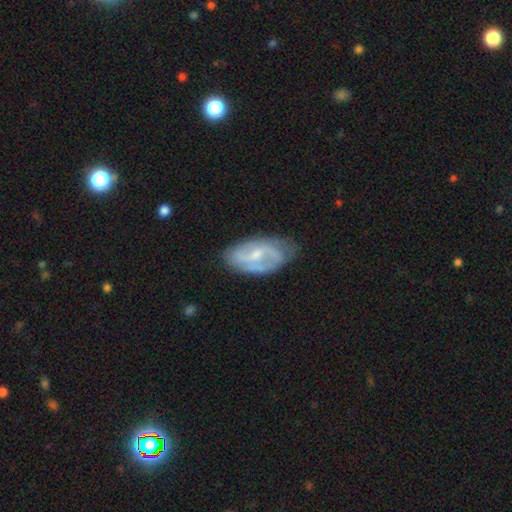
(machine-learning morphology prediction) A featured or disk galaxy (76%) with a weak bar (52%), 2 (74%) medium (46%) spiral arms (87%) and a small central bulge (59%). Merging: none (67%).